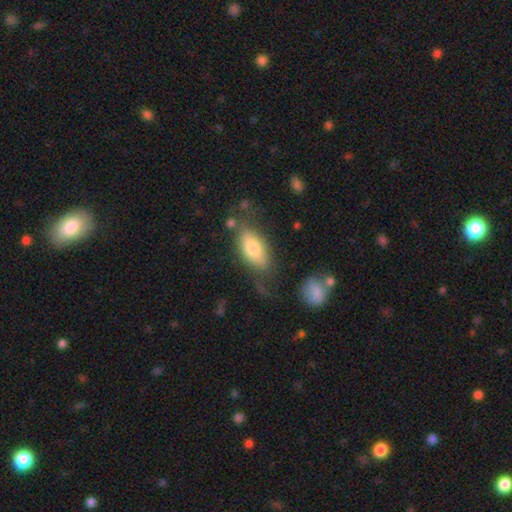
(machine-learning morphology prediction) A smooth galaxy with no disk features (73%) that is in between round and cigar-shaped (87%).

Vote fractions:
- Smooth or featured? smooth: 73% / featured or disk: 20% / star or artifact: 7%
- How rounded? in between: 87% / cigar-shaped: 9% / round: 4%
- Merging? none: 61% / minor disturbance: 21% / major disturbance: 11% / merger: 6%